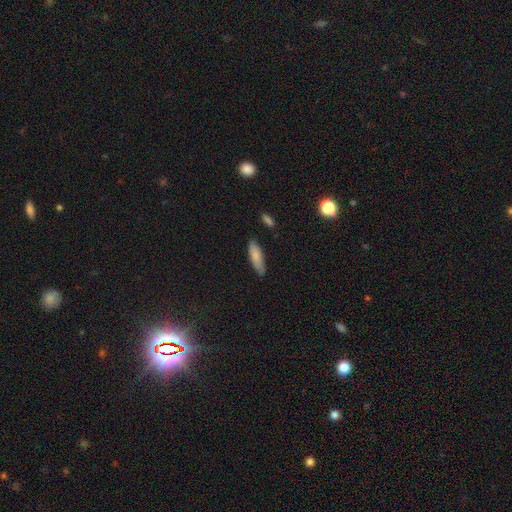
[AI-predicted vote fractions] smooth-or-featured: smooth: 82% | featured or disk: 11% | star or artifact: 6%
  how-rounded: cigar-shaped: 49% (tied) | in between: 49% (tied) | round: 2%
  merging: none: 79% | minor disturbance: 16% | major disturbance: 3% | merger: 2%